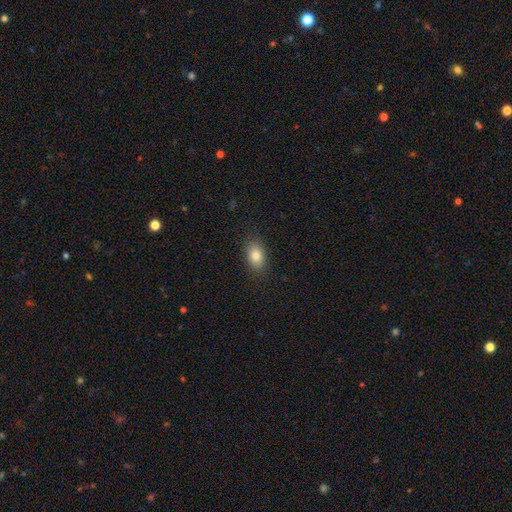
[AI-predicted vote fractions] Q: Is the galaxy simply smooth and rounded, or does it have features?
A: smooth — 83%.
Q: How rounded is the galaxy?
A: in between — 86%.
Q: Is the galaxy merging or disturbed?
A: none — 86%.